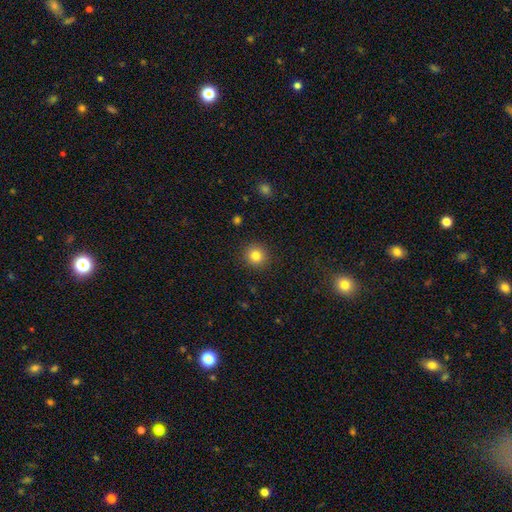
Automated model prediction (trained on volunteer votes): smooth 82%, star or artifact 11%, featured or disk 6%. Down the decision tree: how rounded — round (93%); merging — none (91%).